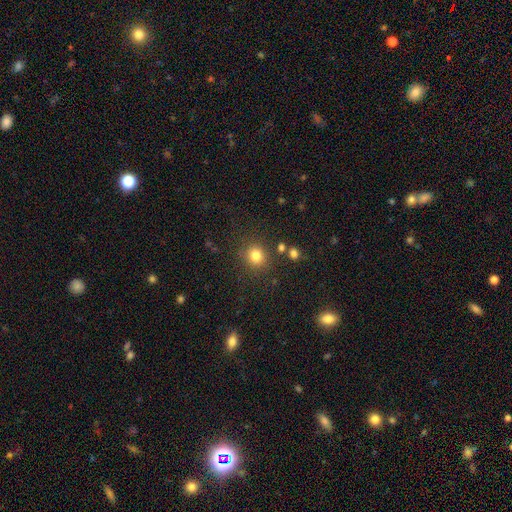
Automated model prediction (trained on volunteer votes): Morphology: type=smooth (80%); roundness=round (85%); merging=none (84%).